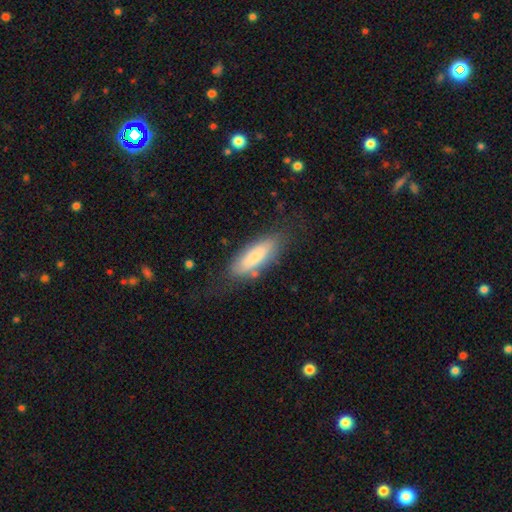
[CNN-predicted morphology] This appears to be a smooth galaxy with no disk features (72%) that is in between round and cigar-shaped (62%). Merging: none (72%).